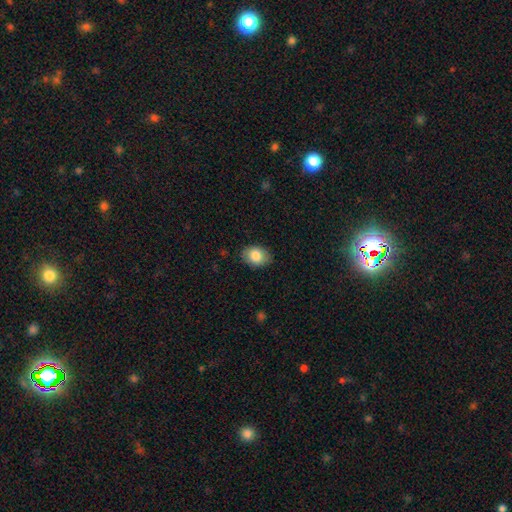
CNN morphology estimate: Overall: smooth (84%). How rounded: in between (71%). Merging: none (84%).